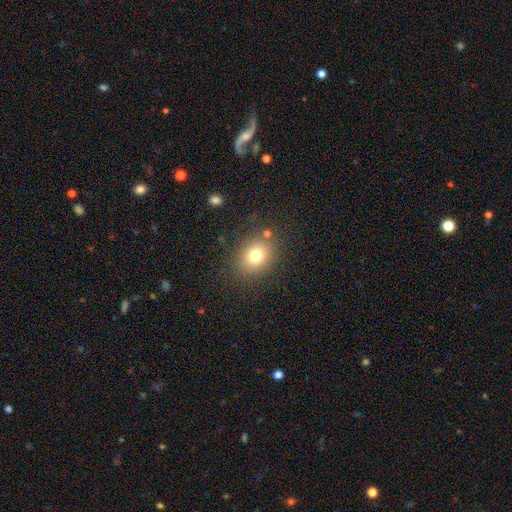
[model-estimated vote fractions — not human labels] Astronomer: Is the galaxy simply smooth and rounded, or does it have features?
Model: smooth — 77%.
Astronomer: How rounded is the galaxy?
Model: round — 57% (runner-up: in between, 42%).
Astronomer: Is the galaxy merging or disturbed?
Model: none — 81%.